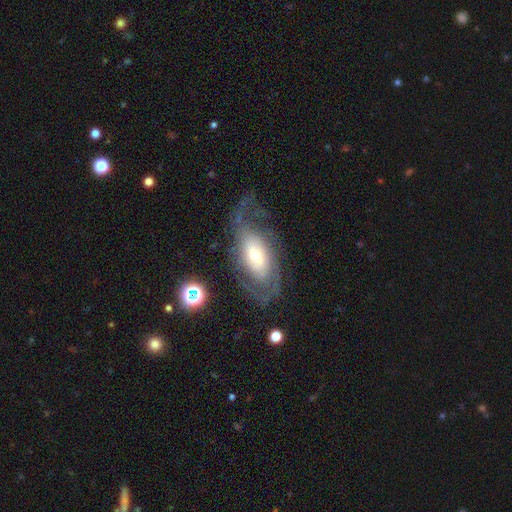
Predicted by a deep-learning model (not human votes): Q: Smooth or featured?
A: featured or disk (76%); runner-up: smooth (17%)
Q: Edge-on disk?
A: no (91%); runner-up: yes (9%)
Q: Bar?
A: no (48%); runner-up: weak (38%)
Q: Spiral arms?
A: yes (86%); runner-up: no (14%)
Q: Spiral winding?
A: medium (39%); runner-up: tight (37%)
Q: Spiral arm count?
A: 2 (41%); runner-up: can't tell (36%)
Q: Bulge size?
A: moderate (55%); runner-up: small (33%)
Q: Merging?
A: none (56%); runner-up: major disturbance (23%)